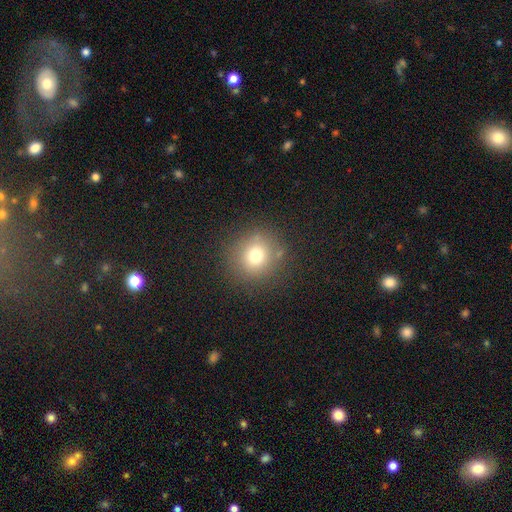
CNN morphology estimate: A smooth galaxy with no disk features (73%) that is round (90%). Merging: none (83%).